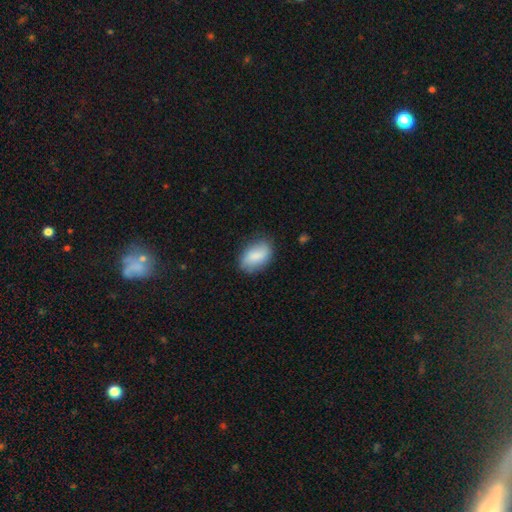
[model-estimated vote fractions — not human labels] smooth-or-featured: smooth: 80% | featured or disk: 13% | star or artifact: 6%
  how-rounded: in between: 89% | round: 9% | cigar-shaped: 2%
  merging: none: 77% | minor disturbance: 18% | major disturbance: 4% | merger: 1%